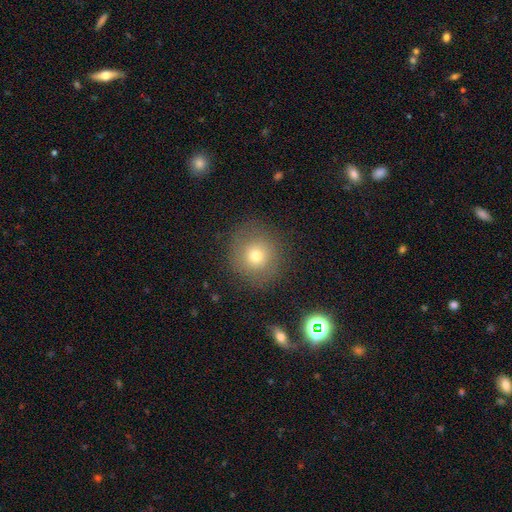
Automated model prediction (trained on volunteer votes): smooth-or-featured: smooth: 70% | featured or disk: 17% | star or artifact: 14%
  how-rounded: round: 91% | in between: 8% | cigar-shaped: 1%
  merging: none: 83% | minor disturbance: 10% | major disturbance: 5% | merger: 2%